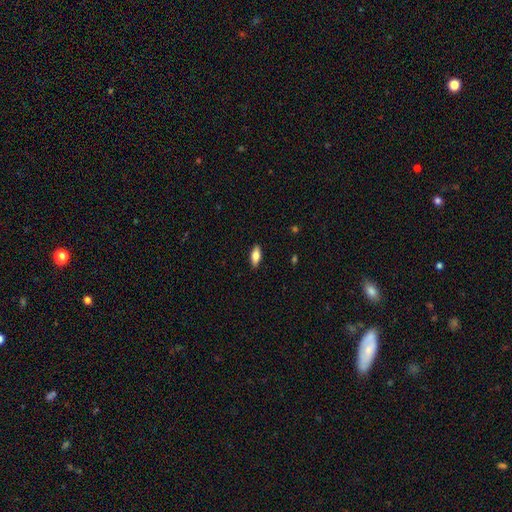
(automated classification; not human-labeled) Smooth or featured? Predicted: smooth (p=0.74). How rounded? Predicted: in between (p=0.80). Merging? Predicted: none (p=0.89).